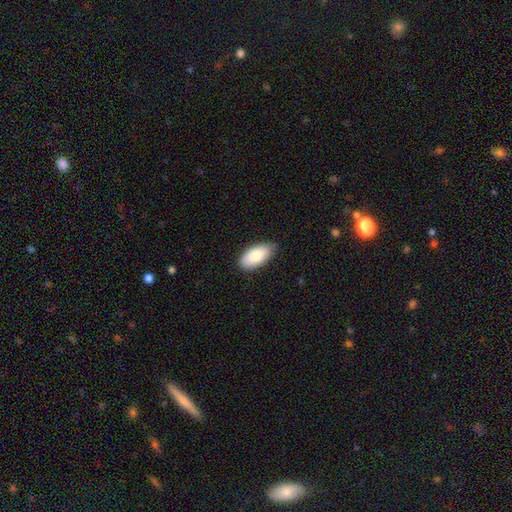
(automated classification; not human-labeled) Smooth or featured? Predicted: smooth (p=0.84). How rounded? Predicted: in between (p=0.93). Merging? Predicted: none (p=0.81).